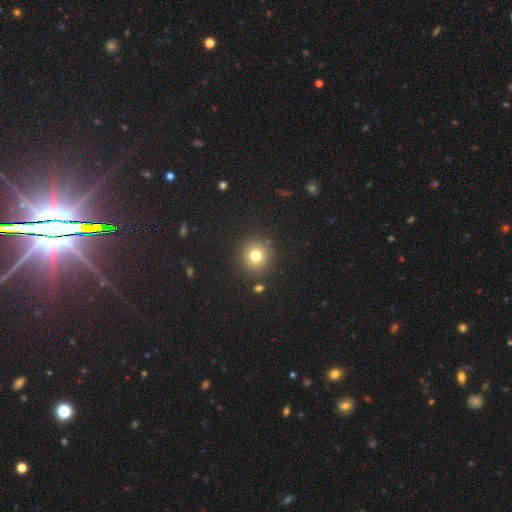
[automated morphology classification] Q: Smooth or featured?
A: smooth (77%); runner-up: star or artifact (15%)
Q: How rounded?
A: round (92%); runner-up: in between (7%)
Q: Merging?
A: none (88%); runner-up: minor disturbance (6%)